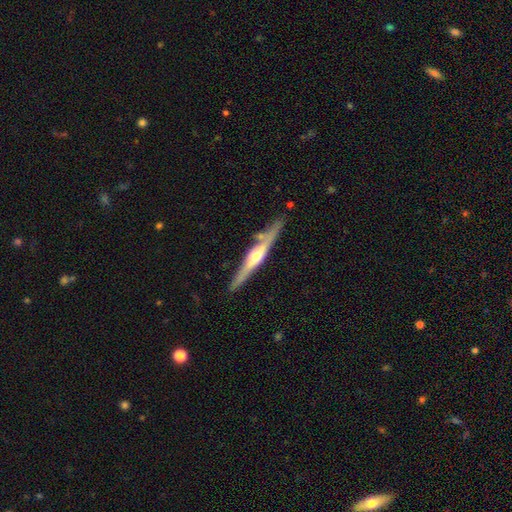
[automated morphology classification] Smooth or featured? featured or disk (73%)
Edge-on disk? yes (96%)
Edge-on bulge? rounded (89%)
Merging? none (81%)